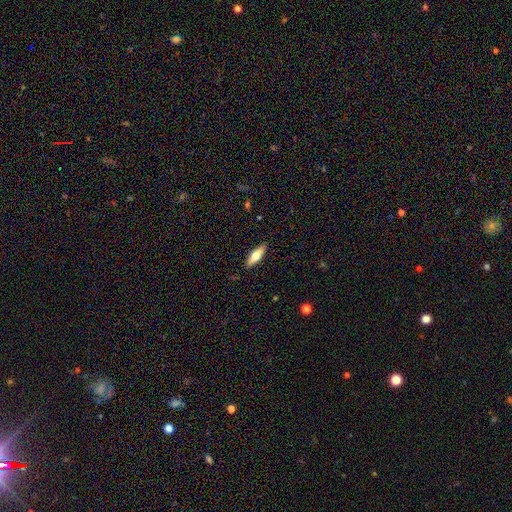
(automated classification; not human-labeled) smooth-or-featured: smooth: 58% | featured or disk: 36% | star or artifact: 6%
  how-rounded: cigar-shaped: 49% | in between: 48% | round: 2%
  merging: none: 89% | minor disturbance: 8% | major disturbance: 2% | merger: 1%